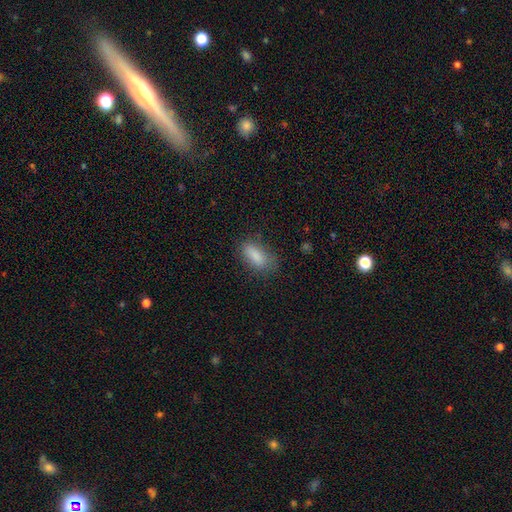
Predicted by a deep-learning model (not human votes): smooth-or-featured: smooth: 84% | star or artifact: 8% | featured or disk: 8%
  how-rounded: in between: 85% | cigar-shaped: 12% | round: 4%
  merging: none: 71% | minor disturbance: 21% | major disturbance: 7% | merger: 2%